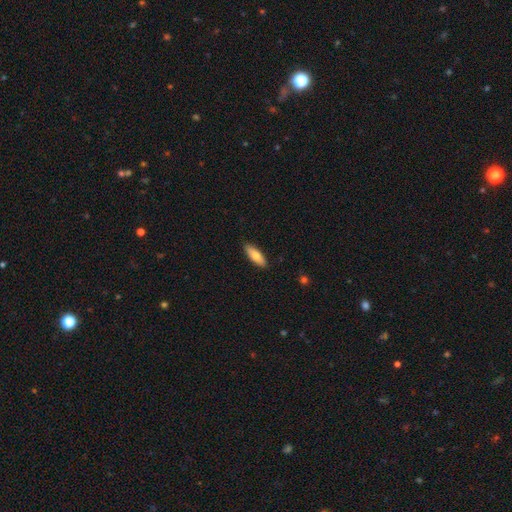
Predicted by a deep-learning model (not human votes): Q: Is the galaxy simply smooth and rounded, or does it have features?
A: smooth — 75%.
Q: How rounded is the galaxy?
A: in between — 58%.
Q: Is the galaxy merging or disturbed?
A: none — 89%.